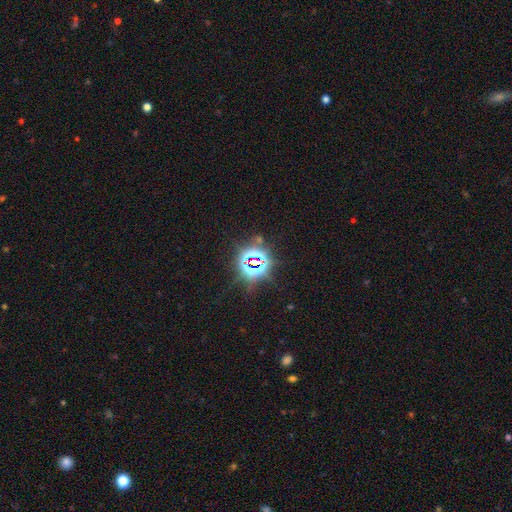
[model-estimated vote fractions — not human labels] A star or artifact, not a galaxy (83%).

Vote fractions:
- Smooth or featured? star or artifact: 83% / smooth: 11% / featured or disk: 7%